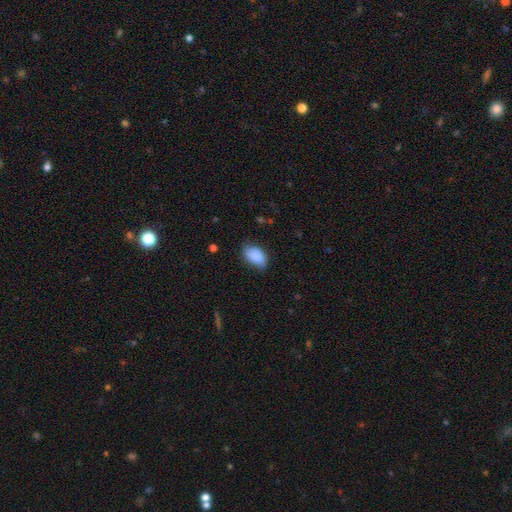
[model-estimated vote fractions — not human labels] smooth 86%, star or artifact 7%, featured or disk 7%. Down the decision tree: how rounded — in between (91%); merging — none (63%).